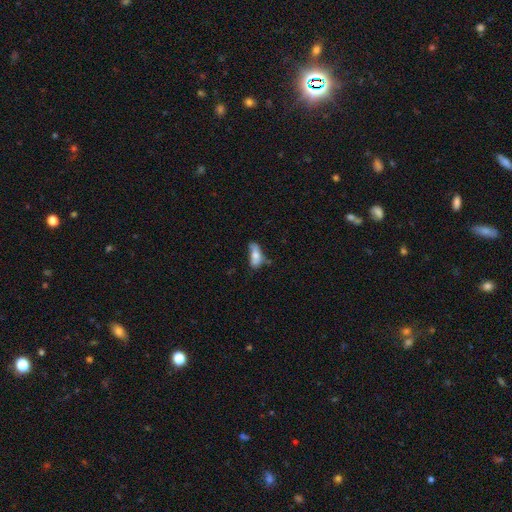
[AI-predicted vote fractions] This is likely a smooth galaxy (69%). How rounded: clearly in between (82%). Merging: marginally none (40%).